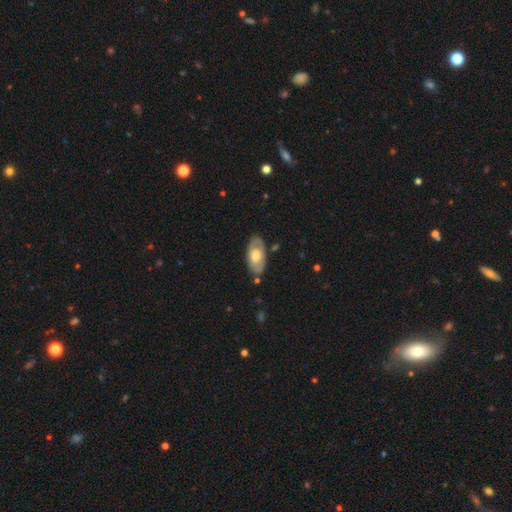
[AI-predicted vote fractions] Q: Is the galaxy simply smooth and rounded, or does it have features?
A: featured or disk — 53%.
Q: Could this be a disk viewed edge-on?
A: no — 87%.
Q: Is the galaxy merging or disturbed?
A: none — 79%.